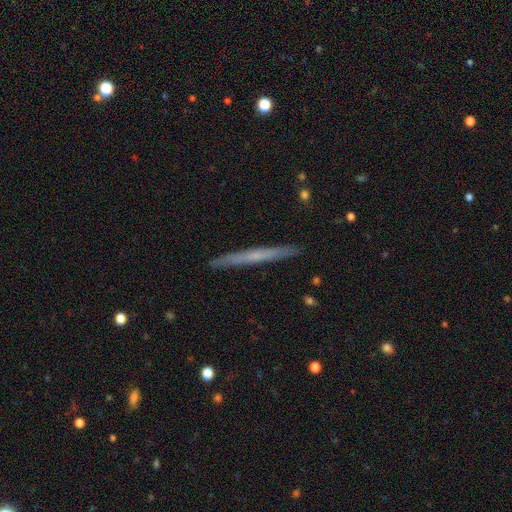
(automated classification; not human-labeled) Smooth or featured: featured or disk — 52% (smooth — 42%)
Edge-on disk: yes — 97% (no — 3%)
Edge-on bulge: none — 81% (rounded — 15%)
Merging: none — 92% (minor disturbance — 6%)